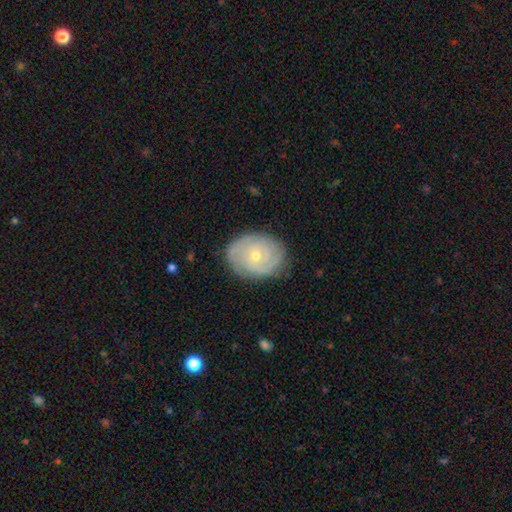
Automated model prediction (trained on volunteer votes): This appears to be a featured or disk galaxy (74%) with no bar (80%), tight (74%) spiral arms (88%) and a small central bulge (64%). Merging: none (81%).